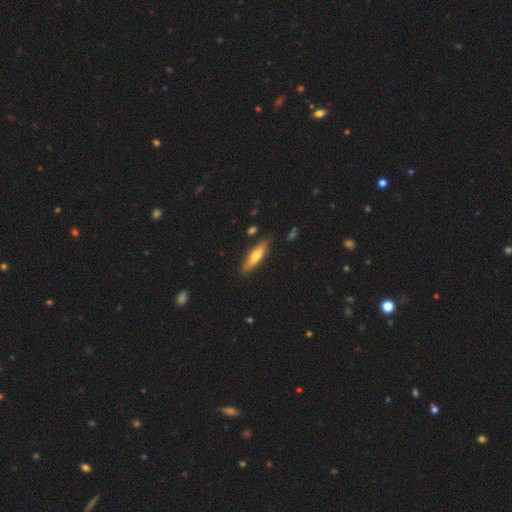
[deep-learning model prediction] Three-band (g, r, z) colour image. It shows a smooth galaxy with no disk features (56%) that is cigar-shaped (71%). Merging: none (84%).